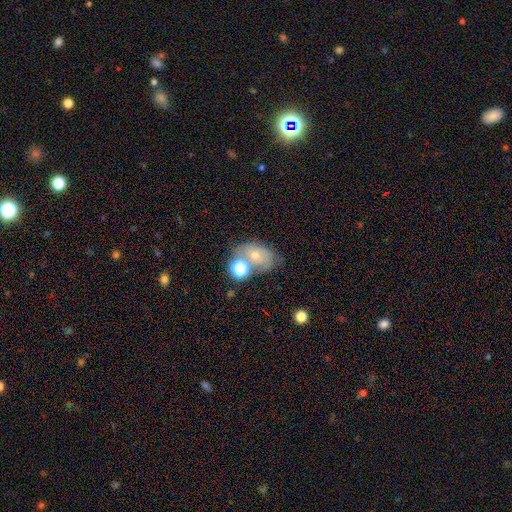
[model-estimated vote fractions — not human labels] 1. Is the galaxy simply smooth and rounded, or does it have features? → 54% smooth, 32% featured or disk, 14% star or artifact.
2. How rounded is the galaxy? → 70% in between, 29% round, 1% cigar-shaped.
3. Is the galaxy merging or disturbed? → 41% none, 28% merger, 19% minor disturbance, 12% major disturbance.